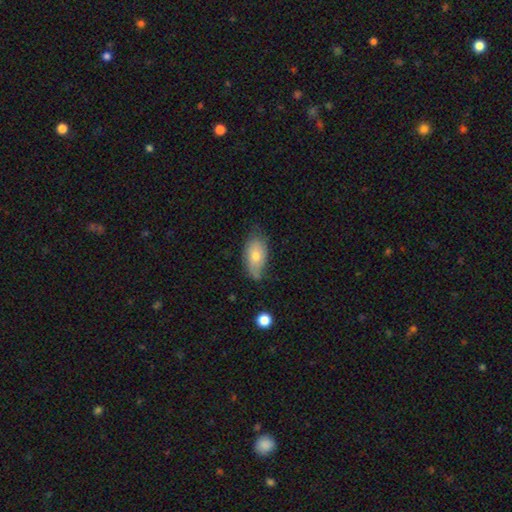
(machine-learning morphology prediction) smooth-or-featured: smooth: 67% | featured or disk: 26% | star or artifact: 7%
  how-rounded: in between: 92% | round: 4% | cigar-shaped: 4%
  merging: none: 55% | minor disturbance: 35% | major disturbance: 8% | merger: 2%